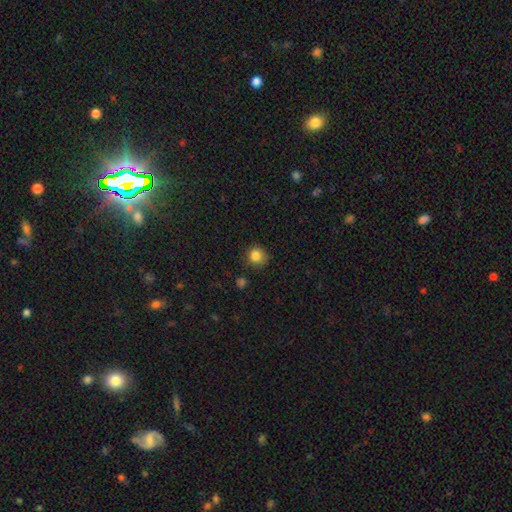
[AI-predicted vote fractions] Q: Smooth or featured?
A: smooth (84%); runner-up: star or artifact (11%)
Q: How rounded?
A: round (89%); runner-up: in between (10%)
Q: Merging?
A: none (82%); runner-up: minor disturbance (13%)